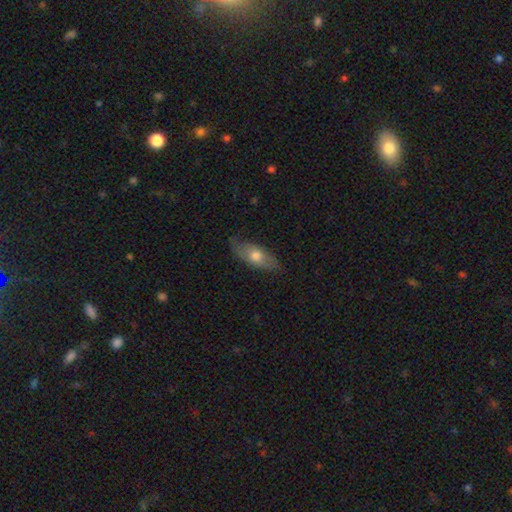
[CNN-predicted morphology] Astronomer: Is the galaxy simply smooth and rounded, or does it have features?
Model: smooth — 60%.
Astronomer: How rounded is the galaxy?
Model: in between — 74%.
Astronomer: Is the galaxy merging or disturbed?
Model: none — 79%.